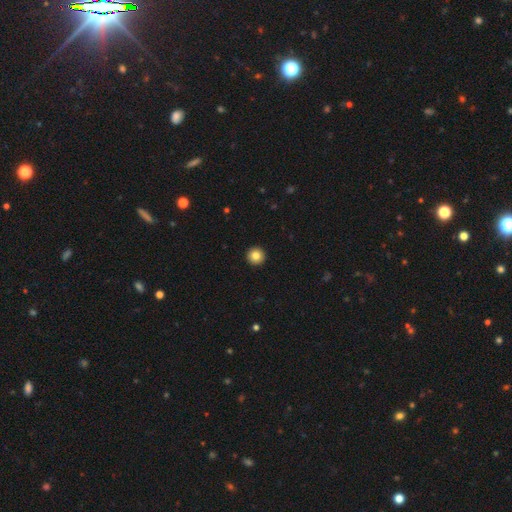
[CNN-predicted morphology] smooth-or-featured: smooth: 83% | star or artifact: 10% | featured or disk: 7%
  how-rounded: round: 96% | in between: 3% | cigar-shaped: 1%
  merging: none: 94% | minor disturbance: 3% | major disturbance: 1% | merger: 1%